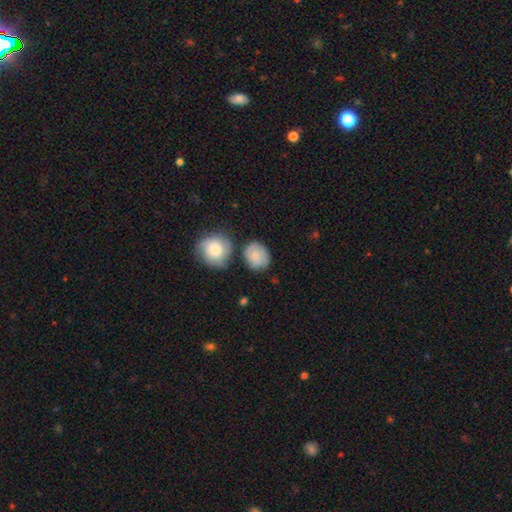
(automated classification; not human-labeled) A smooth galaxy with no disk features (62%) that is round (64%).

Vote fractions:
- Smooth or featured? smooth: 62% / featured or disk: 31% / star or artifact: 7%
- How rounded? round: 64% / in between: 35% / cigar-shaped: 1%
- Merging? none: 62% / minor disturbance: 21% / merger: 11% / major disturbance: 6%